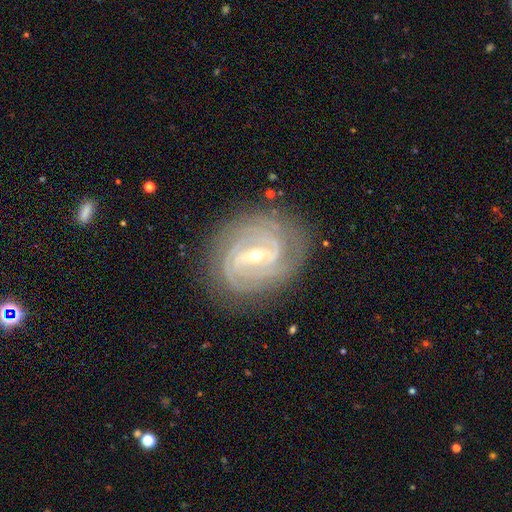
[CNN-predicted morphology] The model was most divided on "spiral arm count": 3: 28%, 2: 22%, 4: 21%, can't tell: 18%, more than 4: 7%, 1: 5%. Remaining: spiral arms — yes (98%); edge-on disk — no (97%); smooth or featured — featured or disk (91%); merging — none (80%); spiral winding — tight (73%); bulge size — small (61%); bar — strong (47%).